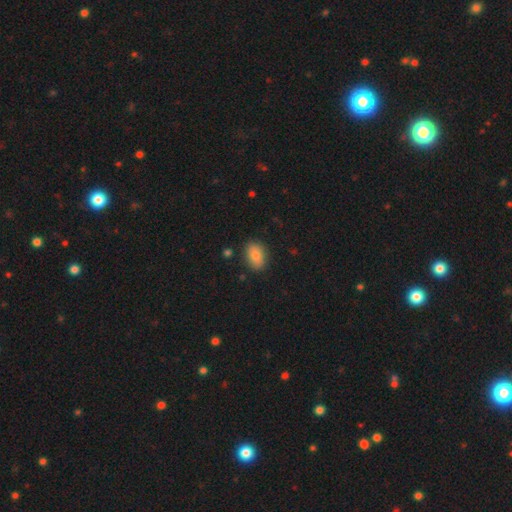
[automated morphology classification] Q: Smooth or featured?
A: smooth (81%); runner-up: featured or disk (11%)
Q: How rounded?
A: in between (83%); runner-up: round (15%)
Q: Merging?
A: none (83%); runner-up: minor disturbance (13%)